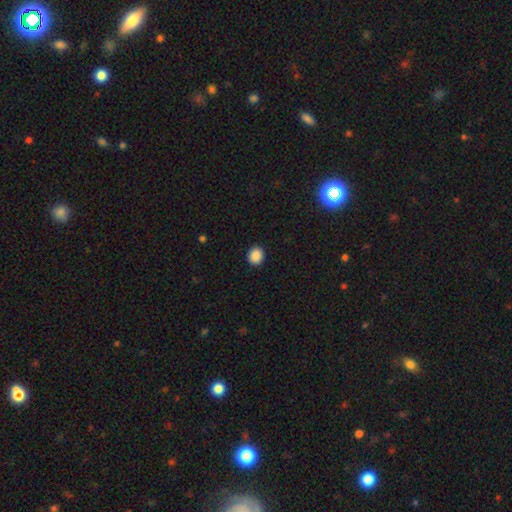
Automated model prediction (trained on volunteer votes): Overall: smooth (89%). How rounded: round (74%). Merging: none (91%).